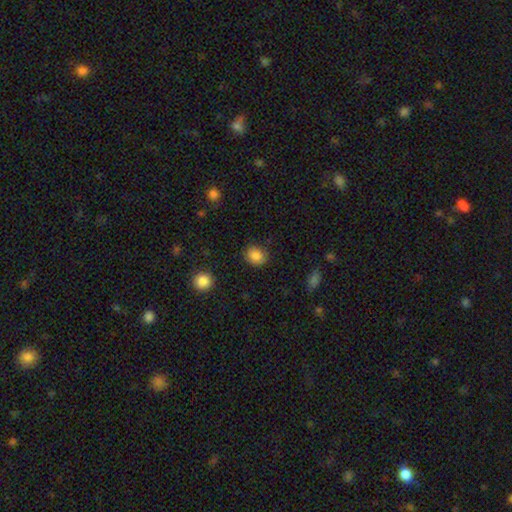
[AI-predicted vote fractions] Smooth or featured? smooth (86%)
How rounded? round (73%)
Merging? none (85%)